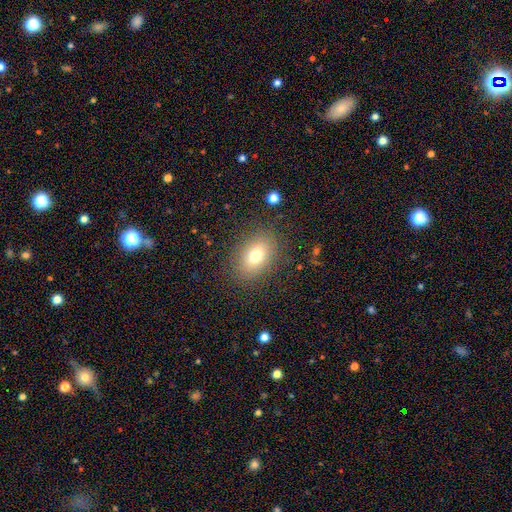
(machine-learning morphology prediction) A smooth galaxy with no disk features (74%) that is in between round and cigar-shaped (78%).

Vote fractions:
- Smooth or featured? smooth: 74% / featured or disk: 14% / star or artifact: 12%
- How rounded? in between: 78% / round: 20% / cigar-shaped: 2%
- Merging? none: 84% / minor disturbance: 10% / major disturbance: 5% / merger: 1%